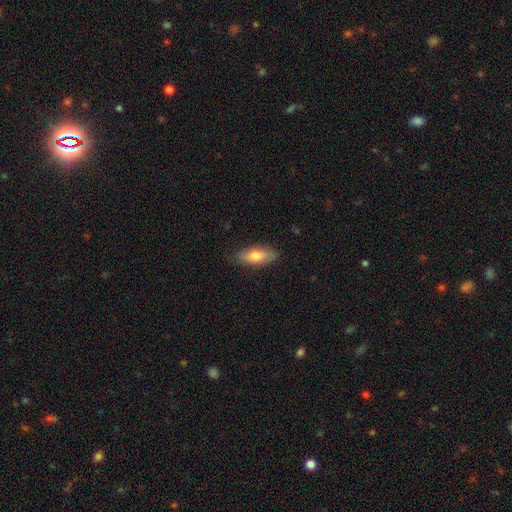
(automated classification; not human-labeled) Overall: smooth (75%). How rounded: in between (71%). Merging: none (84%).